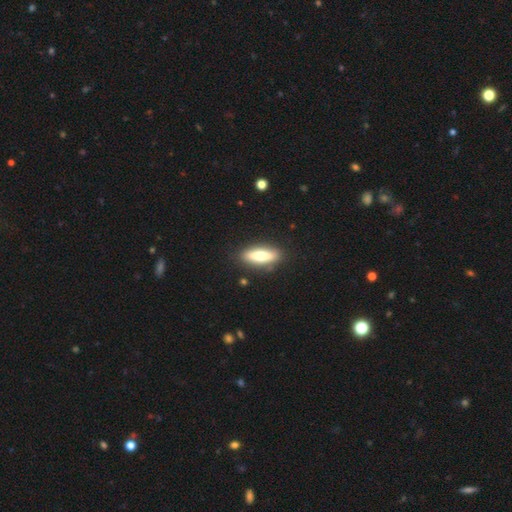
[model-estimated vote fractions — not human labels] smooth-or-featured: smooth: 67% | featured or disk: 27% | star or artifact: 6%
  how-rounded: in between: 51% | cigar-shaped: 47% | round: 2%
  merging: none: 86% | minor disturbance: 10% | major disturbance: 2% | merger: 2%